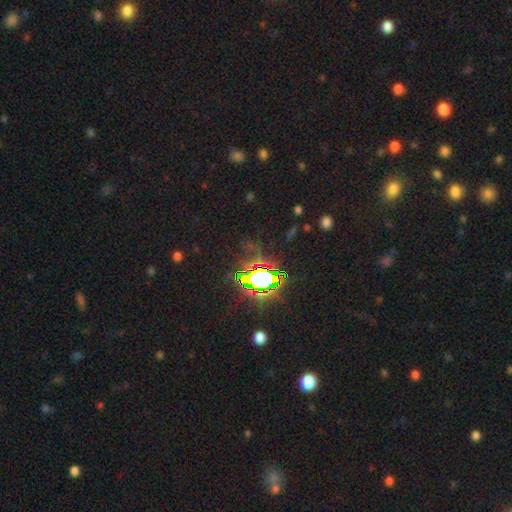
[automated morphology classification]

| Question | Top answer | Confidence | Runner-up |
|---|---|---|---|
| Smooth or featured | star or artifact | 79% | smooth (13%) |